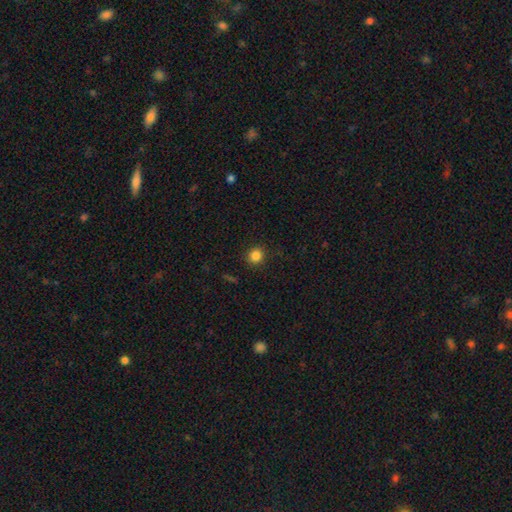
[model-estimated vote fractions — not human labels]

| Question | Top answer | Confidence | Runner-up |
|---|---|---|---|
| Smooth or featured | smooth | 84% | star or artifact (12%) |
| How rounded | round | 89% | in between (10%) |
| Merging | none | 90% | minor disturbance (7%) |